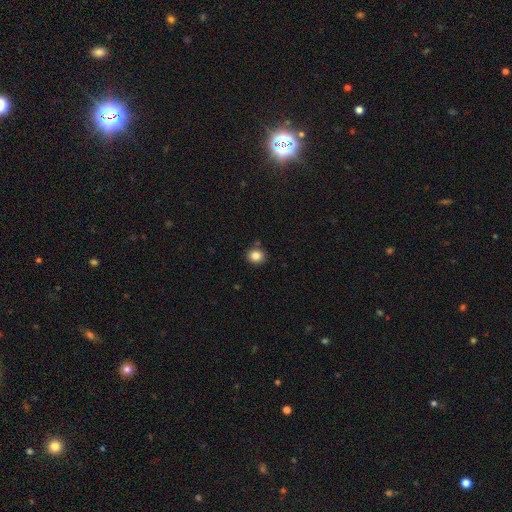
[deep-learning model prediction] Smooth or featured: smooth — 85% (star or artifact — 10%)
How rounded: round — 78% (in between — 21%)
Merging: none — 84% (minor disturbance — 9%)